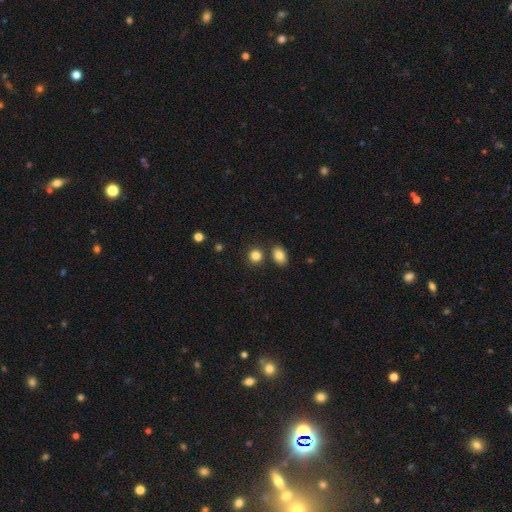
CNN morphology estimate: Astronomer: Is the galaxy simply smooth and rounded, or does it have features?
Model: smooth — 84%.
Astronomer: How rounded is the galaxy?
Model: round — 76%.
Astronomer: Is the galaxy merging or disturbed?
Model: none — 77%.